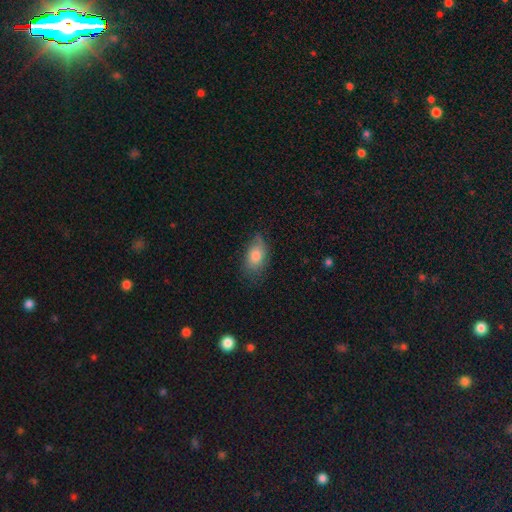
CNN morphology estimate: smooth 75%, featured or disk 17%, star or artifact 8%. Down the decision tree: how rounded — in between (89%); merging — none (62%).